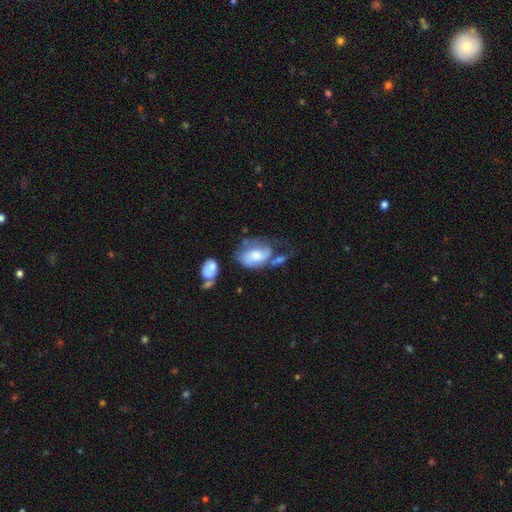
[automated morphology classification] smooth 48%, featured or disk 45%, star or artifact 7%. Down the decision tree: merging — major disturbance (30%).